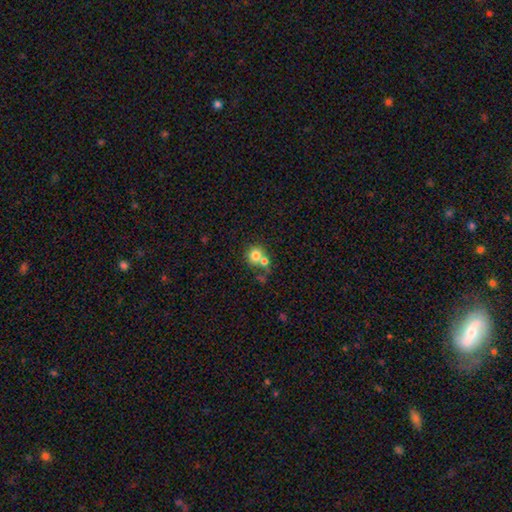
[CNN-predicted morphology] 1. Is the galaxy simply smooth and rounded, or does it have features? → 77% smooth, 12% featured or disk, 11% star or artifact.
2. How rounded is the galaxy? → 86% round, 13% in between, 1% cigar-shaped.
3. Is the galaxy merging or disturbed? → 47% none, 42% merger, 8% minor disturbance, 4% major disturbance.